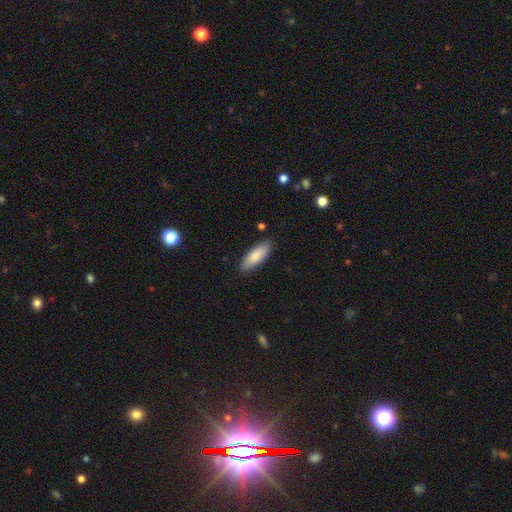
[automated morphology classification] smooth_or_featured: smooth (p=0.83) [alt: featured or disk p=0.11]
how_rounded: in between (p=0.67) [alt: cigar-shaped p=0.32]
merging: none (p=0.85) [alt: minor disturbance p=0.11]